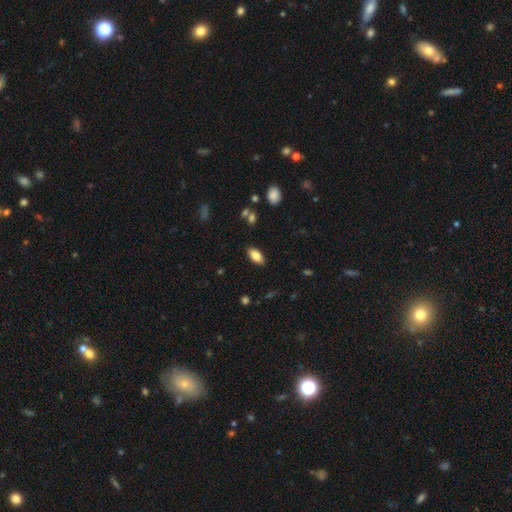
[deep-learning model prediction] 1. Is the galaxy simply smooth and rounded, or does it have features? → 80% smooth, 13% featured or disk, 8% star or artifact.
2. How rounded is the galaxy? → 89% in between, 8% cigar-shaped, 3% round.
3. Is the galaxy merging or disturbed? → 86% none, 10% minor disturbance, 2% major disturbance, 1% merger.